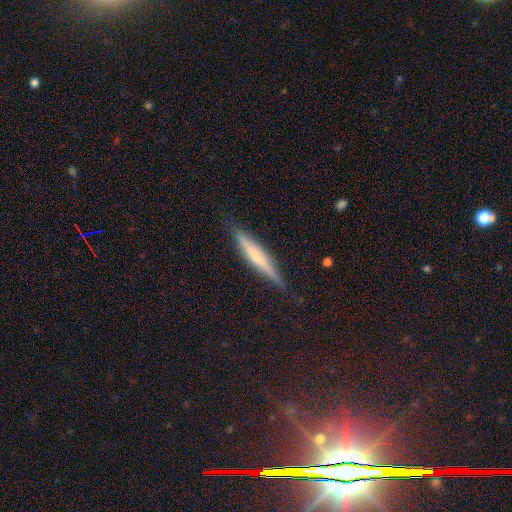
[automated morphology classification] Smooth or featured: featured or disk — 51% (smooth — 41%)
Edge-on disk: yes — 96% (no — 4%)
Merging: none — 87% (minor disturbance — 10%)